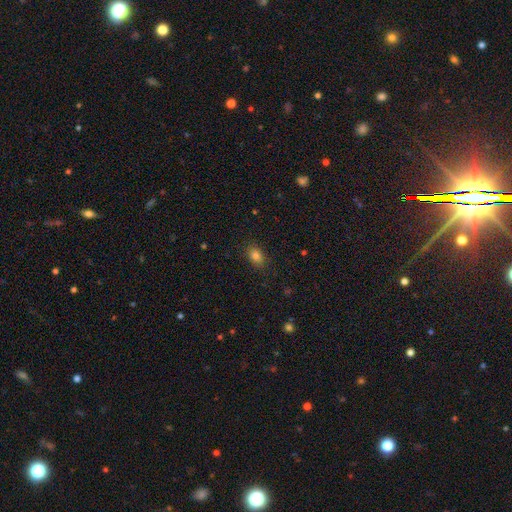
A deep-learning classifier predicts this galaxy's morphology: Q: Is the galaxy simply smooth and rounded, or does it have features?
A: smooth — 82%.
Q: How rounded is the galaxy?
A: in between — 77%.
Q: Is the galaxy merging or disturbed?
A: none — 86%.